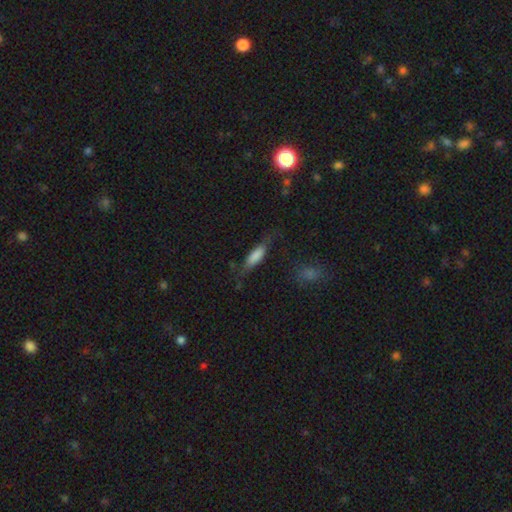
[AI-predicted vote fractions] A smooth galaxy with no disk features (73%) that is in between round and cigar-shaped (53%).

Vote fractions:
- Smooth or featured? smooth: 73% / featured or disk: 20% / star or artifact: 7%
- How rounded? in between: 53% / cigar-shaped: 44% / round: 3%
- Merging? none: 57% / minor disturbance: 26% / major disturbance: 14% / merger: 3%